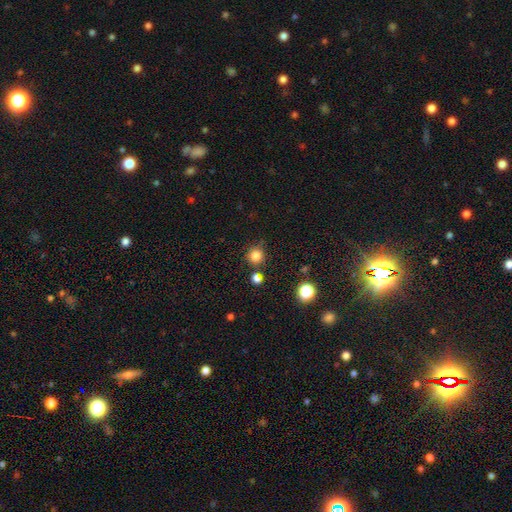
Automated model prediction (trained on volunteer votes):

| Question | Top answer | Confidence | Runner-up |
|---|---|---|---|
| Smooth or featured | smooth | 81% | star or artifact (14%) |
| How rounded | round | 92% | in between (7%) |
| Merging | none | 81% | minor disturbance (10%) |